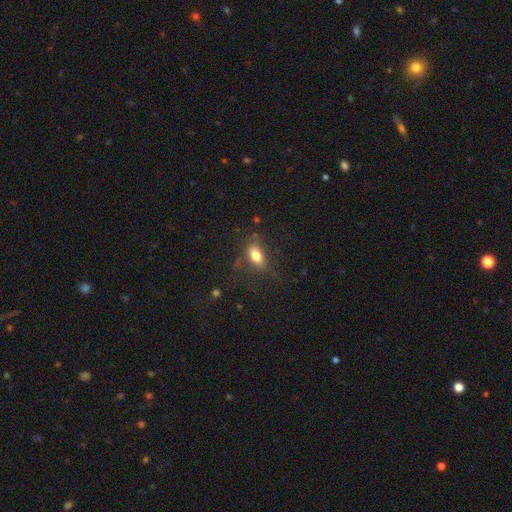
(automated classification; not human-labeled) smooth 76%, featured or disk 13%, star or artifact 10%. Down the decision tree: how rounded — in between (83%); merging — none (61%).